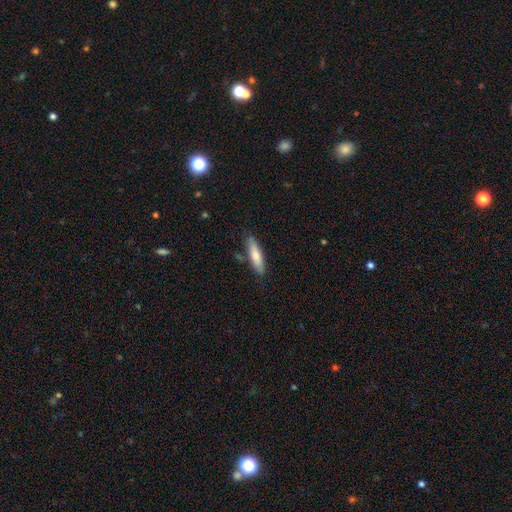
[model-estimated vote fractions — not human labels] This is likely a smooth galaxy (77%). How rounded: likely cigar-shaped (70%). Merging: likely none (79%).